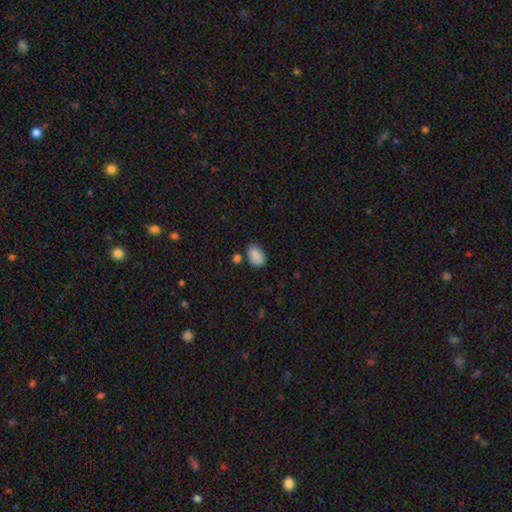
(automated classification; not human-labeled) smooth-or-featured: smooth: 88% | star or artifact: 8% | featured or disk: 4%
  how-rounded: in between: 88% | round: 11% | cigar-shaped: 1%
  merging: none: 71% | minor disturbance: 18% | merger: 7% | major disturbance: 4%